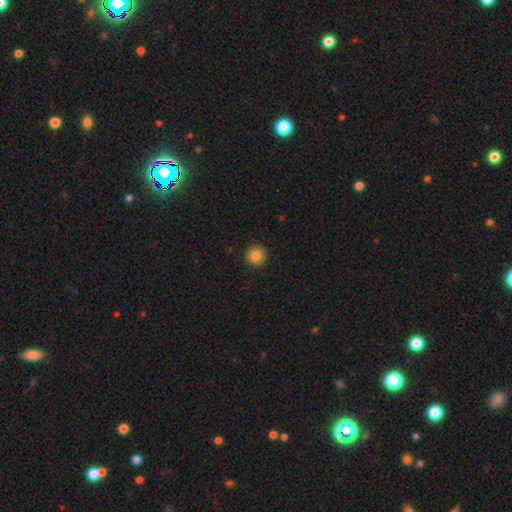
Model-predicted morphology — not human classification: Smooth or featured?
  - smooth: 83% *
  - star or artifact: 10%
  - featured or disk: 7%
How rounded?
  - round: 95% *
  - in between: 4%
  - cigar-shaped: 1%
Merging?
  - none: 91% *
  - minor disturbance: 6%
  - major disturbance: 2%
  - merger: 1%